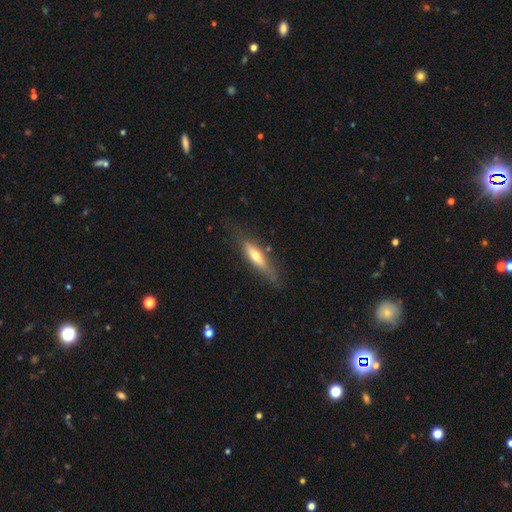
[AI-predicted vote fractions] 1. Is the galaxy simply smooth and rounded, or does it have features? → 50% smooth, 44% featured or disk, 6% star or artifact.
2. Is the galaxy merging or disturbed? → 71% none, 20% minor disturbance, 6% major disturbance, 2% merger.